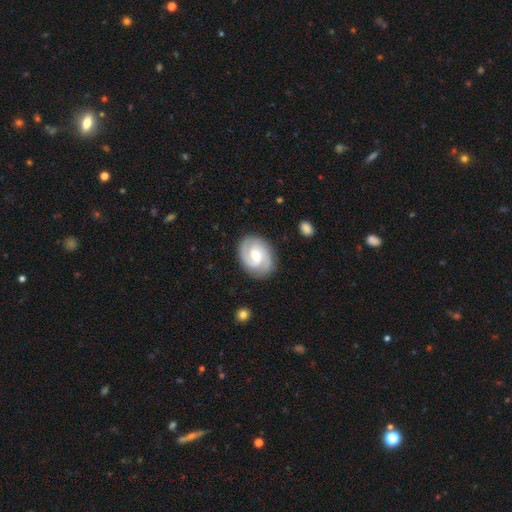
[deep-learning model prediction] Q: Smooth or featured?
A: featured or disk (84%); runner-up: smooth (11%)
Q: Edge-on disk?
A: no (97%); runner-up: yes (3%)
Q: Bar?
A: weak (48%); runner-up: no (40%)
Q: Spiral arms?
A: yes (96%); runner-up: no (4%)
Q: Spiral winding?
A: medium (46%); runner-up: tight (44%)
Q: Spiral arm count?
A: 2 (73%); runner-up: 3 (15%)
Q: Bulge size?
A: moderate (62%); runner-up: small (32%)
Q: Merging?
A: none (84%); runner-up: minor disturbance (12%)